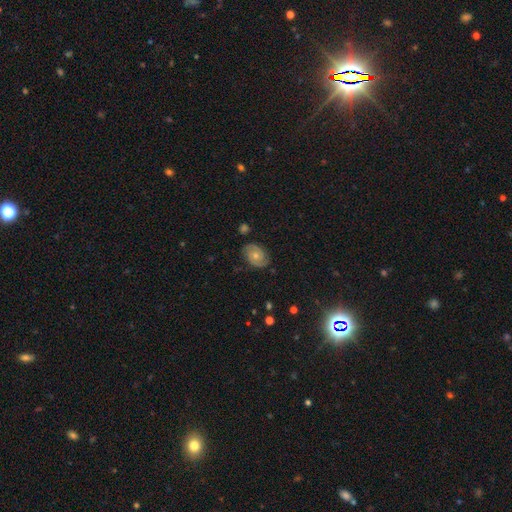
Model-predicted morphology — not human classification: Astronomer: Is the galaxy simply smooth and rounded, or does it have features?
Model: featured or disk — 72%.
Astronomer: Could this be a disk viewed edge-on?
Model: no — 97%.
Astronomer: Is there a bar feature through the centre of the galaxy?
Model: no — 74%.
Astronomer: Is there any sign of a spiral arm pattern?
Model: yes — 92%.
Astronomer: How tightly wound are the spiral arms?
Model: tight — 56% (runner-up: medium, 34%).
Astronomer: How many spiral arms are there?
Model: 2 — 82%.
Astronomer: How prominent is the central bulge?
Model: moderate — 51% (runner-up: small, 44%).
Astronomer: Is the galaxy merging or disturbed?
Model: none — 80%.